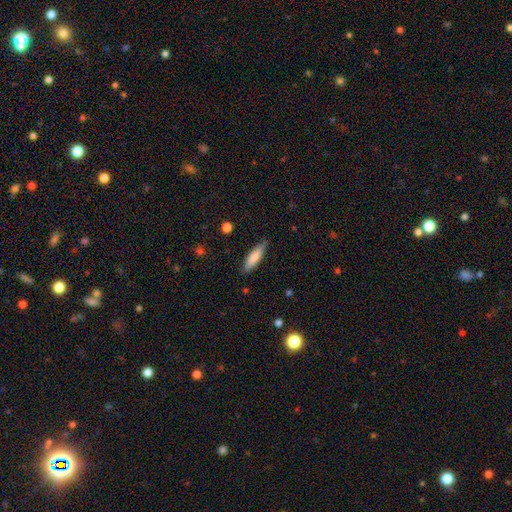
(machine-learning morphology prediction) A smooth galaxy with no disk features (77%) that is cigar-shaped (71%).

Vote fractions:
- Smooth or featured? smooth: 77% / featured or disk: 17% / star or artifact: 6%
- How rounded? cigar-shaped: 71% / in between: 28% / round: 2%
- Merging? none: 85% / minor disturbance: 12% / major disturbance: 2% / merger: 1%